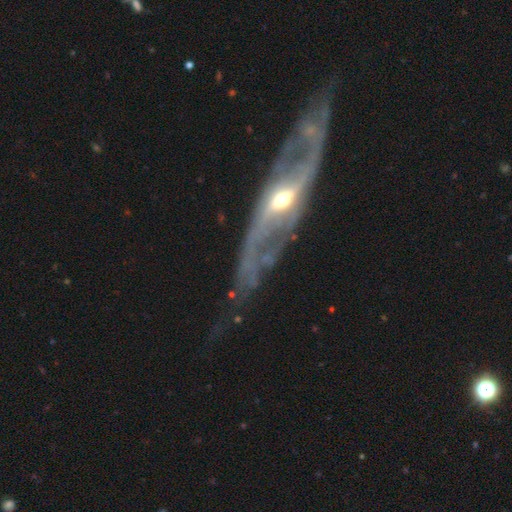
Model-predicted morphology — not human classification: Smooth or featured: featured or disk — 90% (star or artifact — 5%)
Edge-on disk: no — 80% (yes — 20%)
Bar: weak — 34% (tied with no — 34%)
Spiral arms: yes — 95% (no — 5%)
Spiral winding: medium — 44% (loose — 32%)
Spiral arm count: 2 — 81% (can't tell — 8%)
Bulge size: moderate — 56% (small — 38%)
Merging: none — 74% (minor disturbance — 16%)